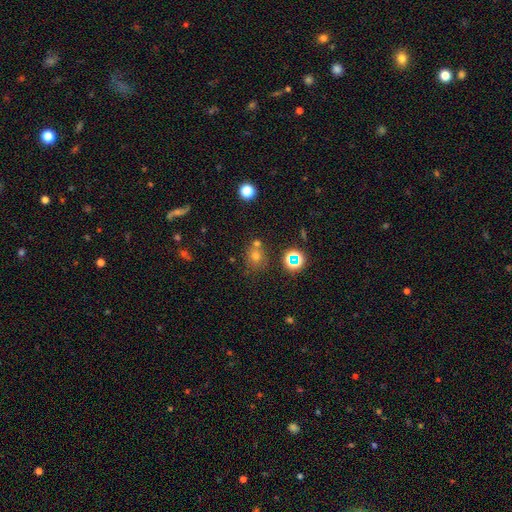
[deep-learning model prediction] The model was most divided on "smooth or featured": smooth: 59%, star or artifact: 31%, featured or disk: 10%. More confident: how rounded — round (79%); merging — none (66%).